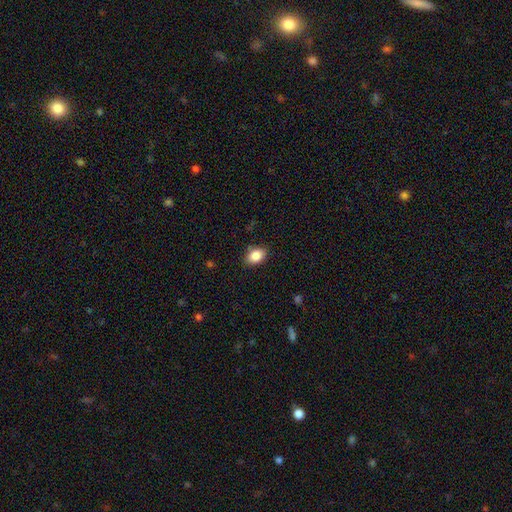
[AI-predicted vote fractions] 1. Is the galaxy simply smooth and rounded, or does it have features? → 87% smooth, 8% star or artifact, 5% featured or disk.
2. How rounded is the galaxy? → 79% in between, 20% round, 1% cigar-shaped.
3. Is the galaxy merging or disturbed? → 85% none, 12% minor disturbance, 3% major disturbance, 1% merger.